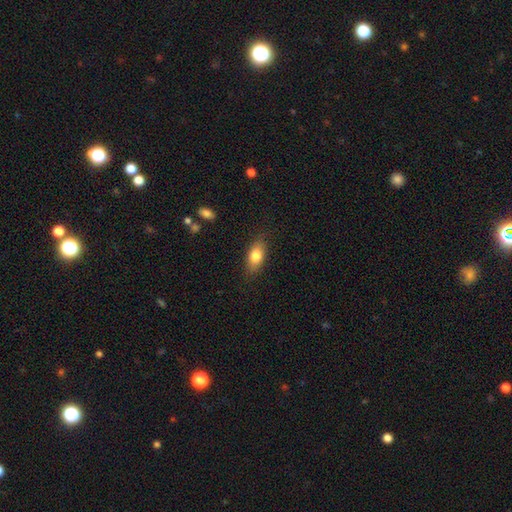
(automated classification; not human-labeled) Q: Smooth or featured?
A: smooth (79%); runner-up: featured or disk (14%)
Q: How rounded?
A: in between (83%); runner-up: cigar-shaped (10%)
Q: Merging?
A: none (82%); runner-up: minor disturbance (13%)